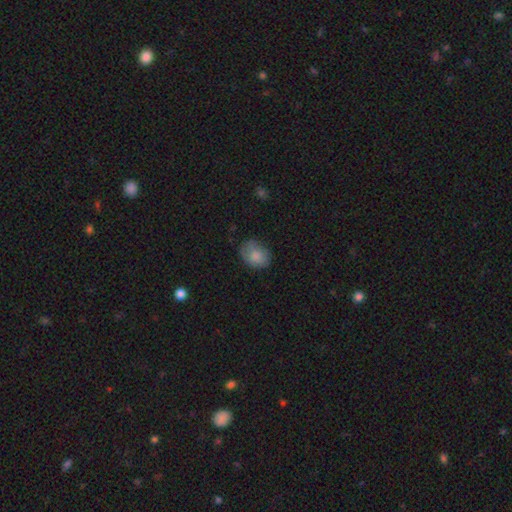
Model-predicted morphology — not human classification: The model was most divided on "how rounded": in between: 64%, round: 35%, cigar-shaped: 1%. More confident: smooth or featured — smooth (79%); merging — none (61%).